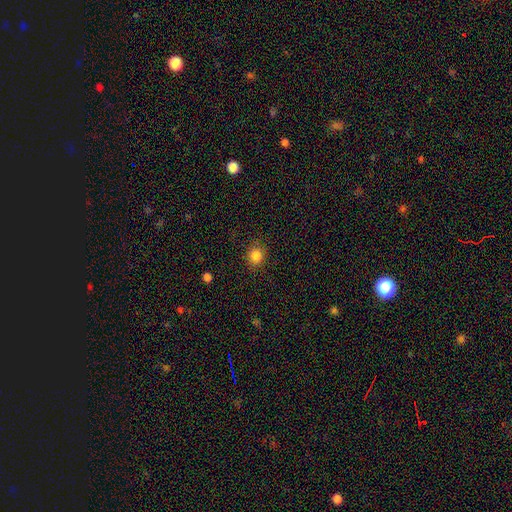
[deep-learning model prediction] Smooth or featured: smooth — 84% (star or artifact — 12%)
How rounded: round — 79% (in between — 20%)
Merging: none — 85% (minor disturbance — 10%)